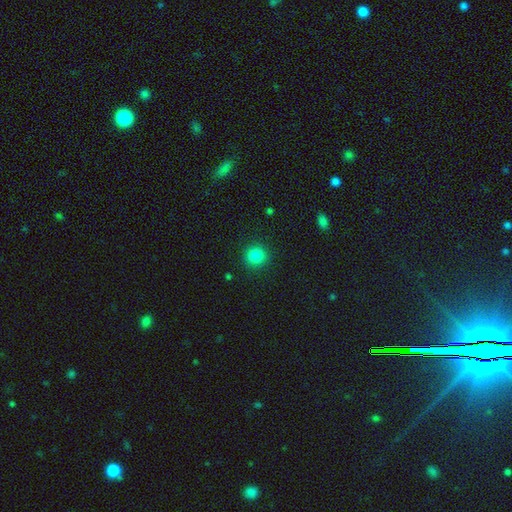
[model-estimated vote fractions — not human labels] Smooth or featured: smooth — 84% (star or artifact — 12%)
How rounded: round — 92% (in between — 7%)
Merging: none — 90% (minor disturbance — 6%)